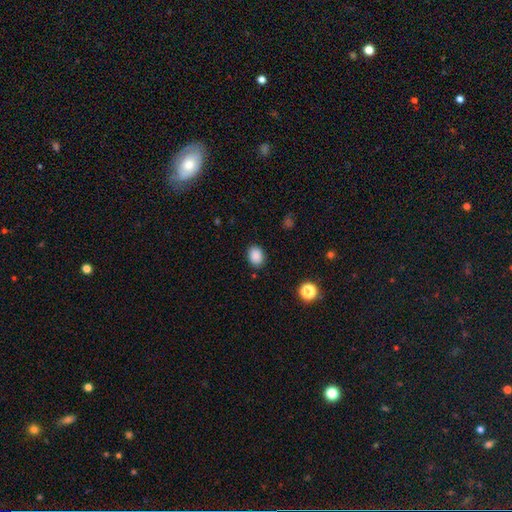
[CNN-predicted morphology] Smooth or featured?
  - smooth: 88% *
  - star or artifact: 9%
  - featured or disk: 3%
How rounded?
  - in between: 60% *
  - round: 39%
  - cigar-shaped: 1%
Merging?
  - none: 86% *
  - minor disturbance: 10%
  - major disturbance: 3%
  - merger: 1%